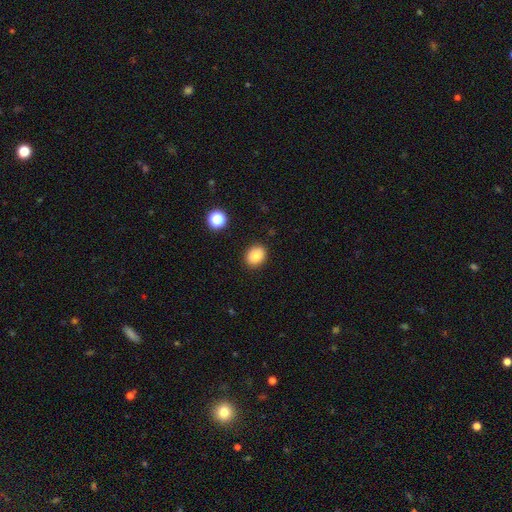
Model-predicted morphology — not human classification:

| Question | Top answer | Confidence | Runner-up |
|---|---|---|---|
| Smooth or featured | smooth | 84% | star or artifact (10%) |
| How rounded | round | 50% | in between (49%) |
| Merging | none | 88% | minor disturbance (8%) |